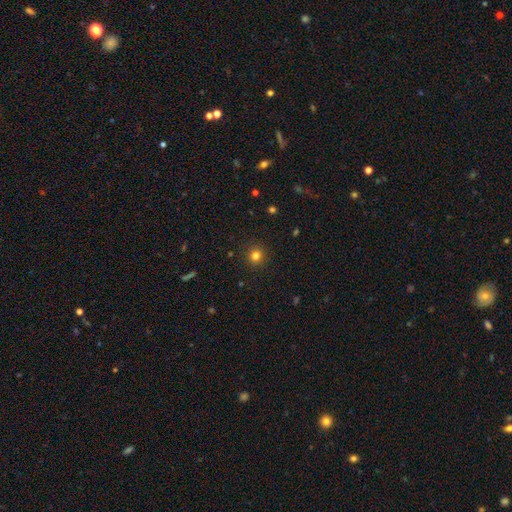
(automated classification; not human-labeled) This is clearly a smooth galaxy (80%). How rounded: clearly round (92%). Merging: clearly none (91%).